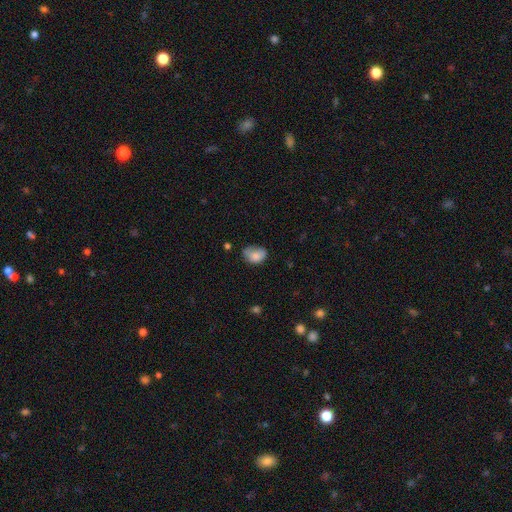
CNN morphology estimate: This appears to be a smooth galaxy with no disk features (80%) that is in between round and cigar-shaped (72%). Merging: none (42%).